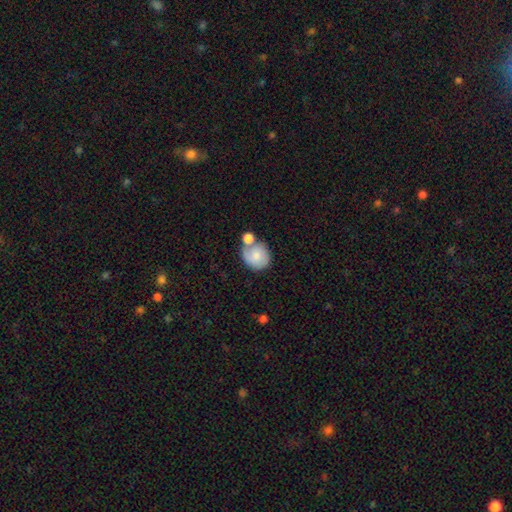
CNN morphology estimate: Smooth or featured? smooth (67%)
How rounded? round (80%)
Merging? none (41%)